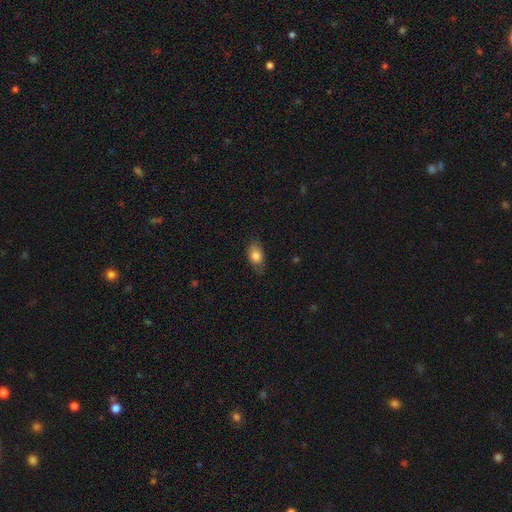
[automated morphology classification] A smooth galaxy with no disk features (80%) that is in between round and cigar-shaped (83%). Merging: none (75%).